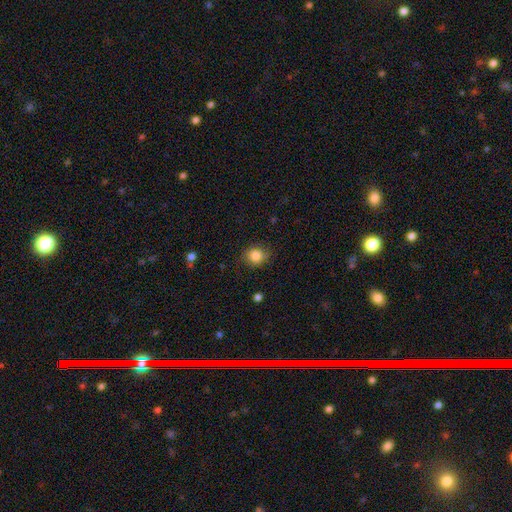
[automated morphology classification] smooth 84%, star or artifact 10%, featured or disk 6%. Down the decision tree: how rounded — round (74%); merging — none (80%).